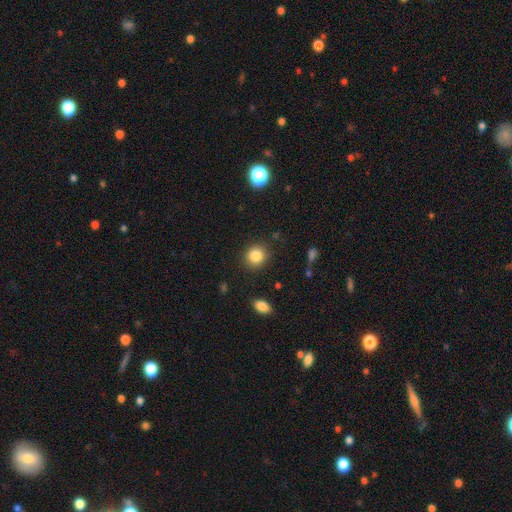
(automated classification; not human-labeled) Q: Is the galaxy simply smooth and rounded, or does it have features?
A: smooth — 85%.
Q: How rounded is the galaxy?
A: round — 84%.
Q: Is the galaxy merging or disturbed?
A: none — 88%.